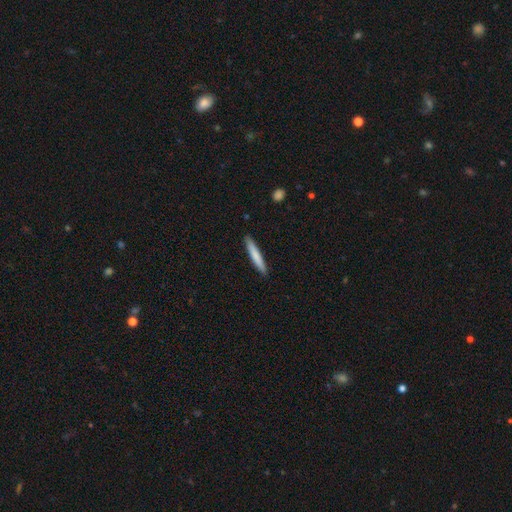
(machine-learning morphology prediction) Smooth or featured? Predicted: smooth (p=0.76). How rounded? Predicted: cigar-shaped (p=0.95). Merging? Predicted: none (p=0.91).